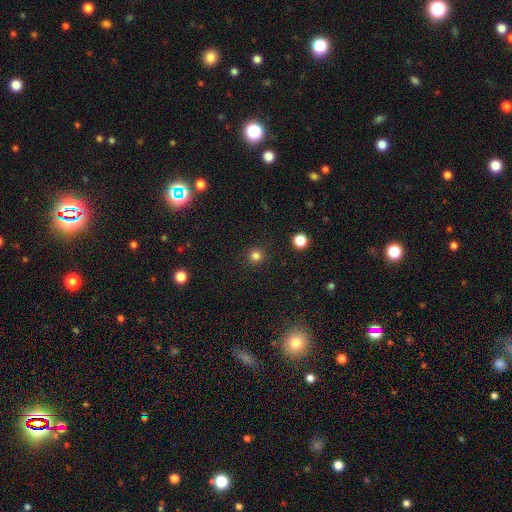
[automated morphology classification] type=smooth (81%); roundness=round (94%); merging=none (91%).